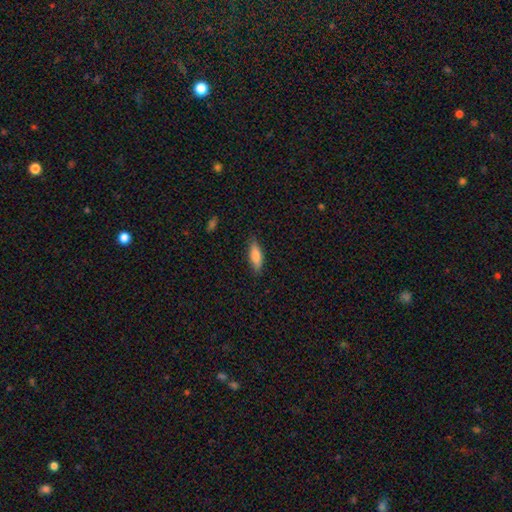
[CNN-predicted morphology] The model was most divided on "how rounded": in between: 50%, cigar-shaped: 48%, round: 2%. More confident: merging — none (85%); smooth or featured — smooth (77%).